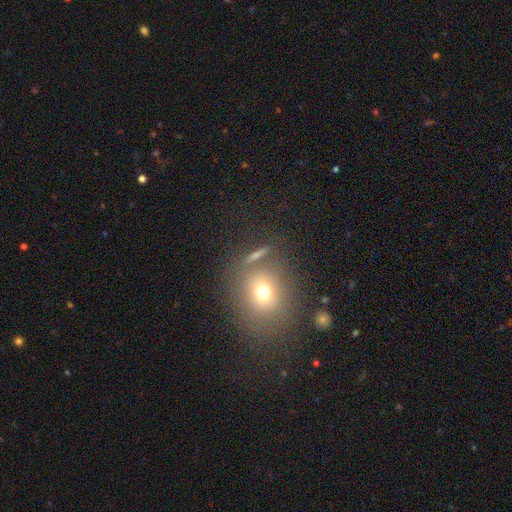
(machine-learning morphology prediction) Smooth or featured: smooth — 59% (star or artifact — 22%)
How rounded: round — 68% (in between — 27%)
Merging: none — 69% (minor disturbance — 13%)